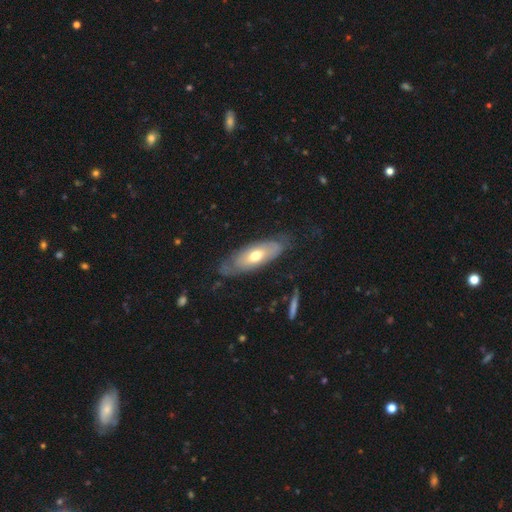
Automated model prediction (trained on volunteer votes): The model was most divided on "smooth or featured": smooth: 50%, featured or disk: 44%, star or artifact: 6%. More confident: merging — none (67%).